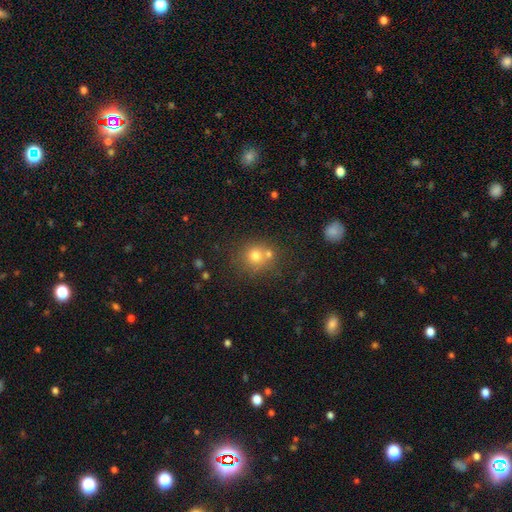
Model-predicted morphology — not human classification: This appears to be a smooth galaxy with no disk features (73%) that is round (85%). Merging: none (58%).